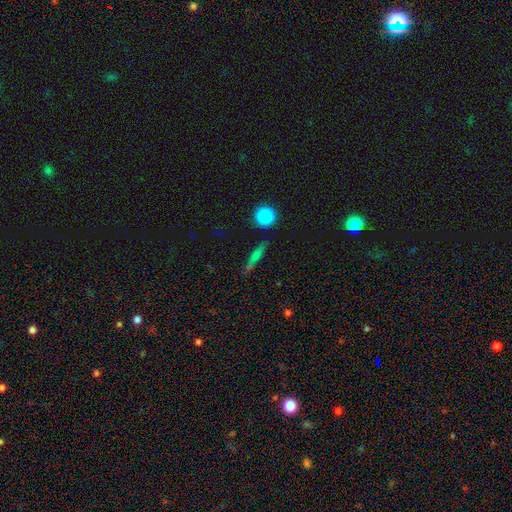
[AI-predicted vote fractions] Smooth or featured? smooth (52%)
How rounded? cigar-shaped (71%)
Merging? none (78%)